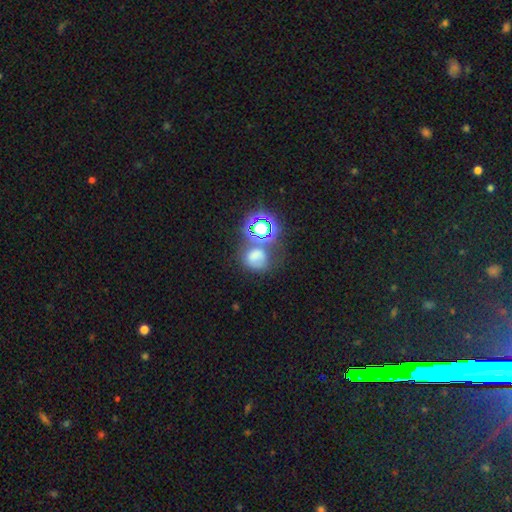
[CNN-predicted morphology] type=smooth (56%); roundness=round (62%); merging=none (48%).